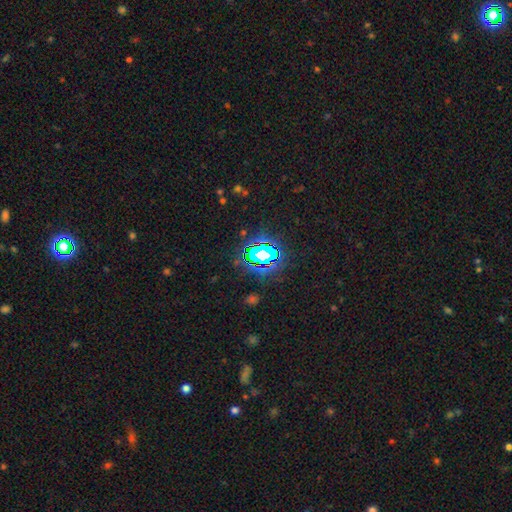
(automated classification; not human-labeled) Smooth or featured: star or artifact — 81% (smooth — 12%)